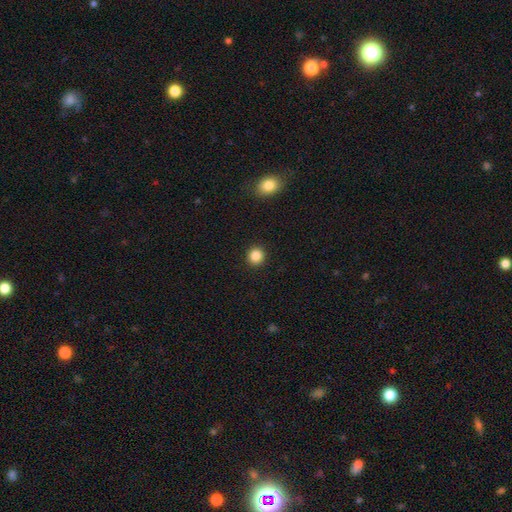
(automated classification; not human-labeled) Morphology: type=smooth (86%); roundness=round (93%); merging=none (93%).